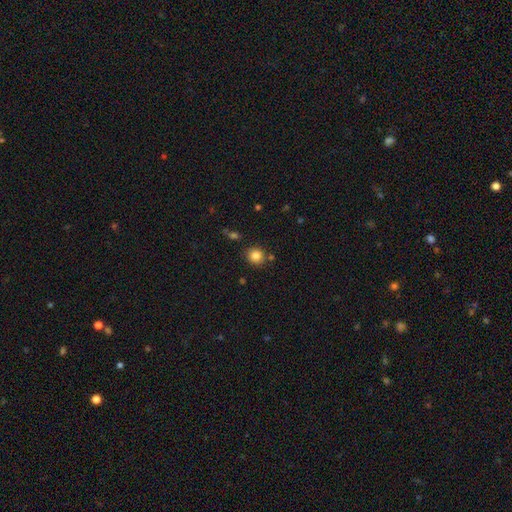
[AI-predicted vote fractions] Smooth or featured? Predicted: smooth (p=0.84). How rounded? Predicted: round (p=0.89). Merging? Predicted: none (p=0.83).